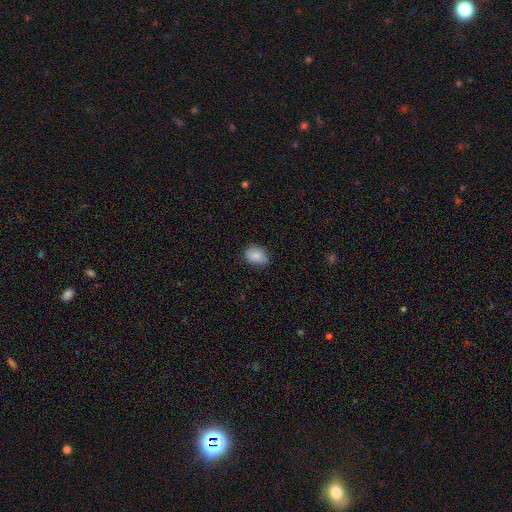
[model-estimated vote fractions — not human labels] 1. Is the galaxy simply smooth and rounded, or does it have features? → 85% smooth, 8% featured or disk, 7% star or artifact.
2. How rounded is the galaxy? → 75% in between, 23% round, 1% cigar-shaped.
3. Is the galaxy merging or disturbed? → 73% none, 23% minor disturbance, 4% major disturbance, 1% merger.